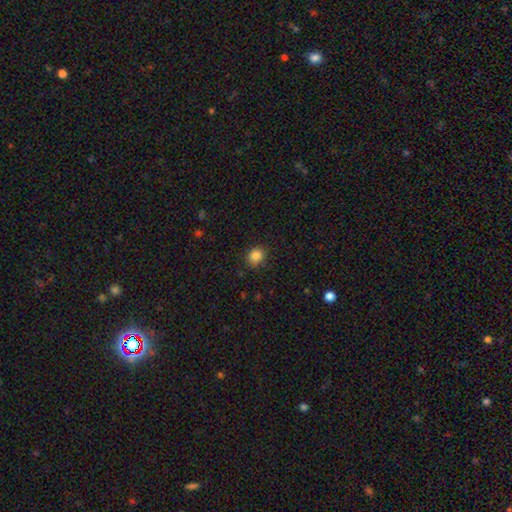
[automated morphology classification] A smooth galaxy with no disk features (86%) that is round (70%). Merging: none (84%).